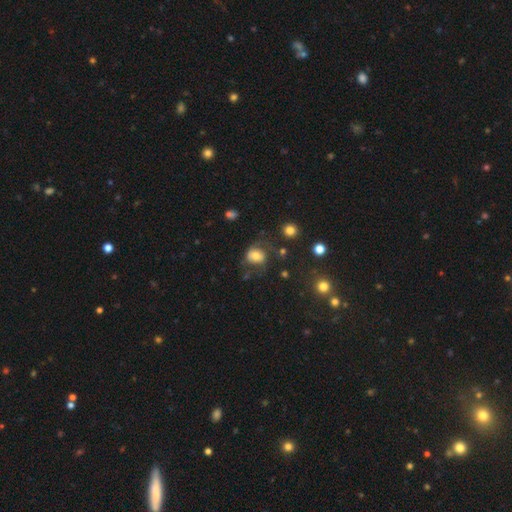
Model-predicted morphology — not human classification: Overall: smooth (65%). How rounded: round (58%; in between 41%). Merging: none (51%; minor disturbance 24%).